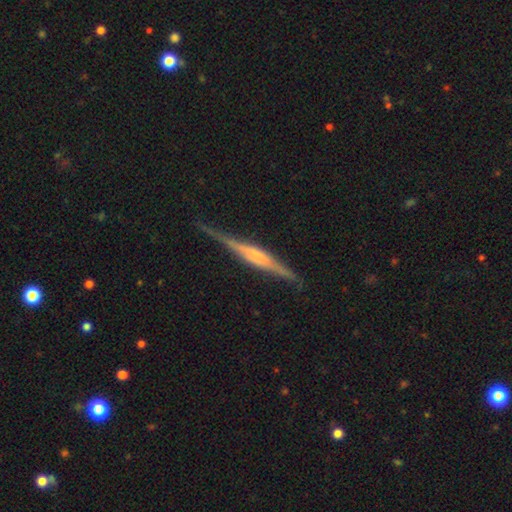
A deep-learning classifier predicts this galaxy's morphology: smooth_or_featured: featured or disk (p=0.79) [alt: smooth p=0.15]
disk_edge_on: yes (p=0.98) [alt: no p=0.02]
edge_on_bulge: rounded (p=0.45) [alt: boxy p=0.40]
merging: none (p=0.84) [alt: minor disturbance p=0.12]